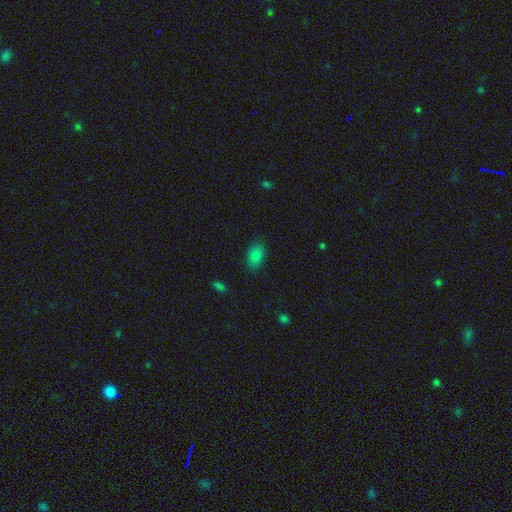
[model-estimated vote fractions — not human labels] A smooth galaxy with no disk features (82%) that is in between round and cigar-shaped (86%).

Vote fractions:
- Smooth or featured? smooth: 82% / star or artifact: 11% / featured or disk: 7%
- How rounded? in between: 86% / round: 12% / cigar-shaped: 2%
- Merging? none: 83% / minor disturbance: 13% / major disturbance: 3% / merger: 1%